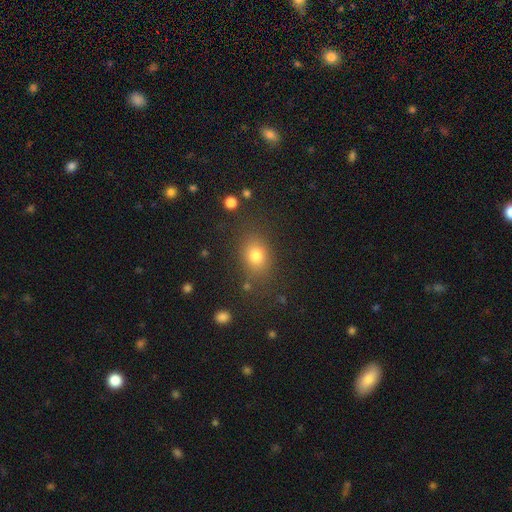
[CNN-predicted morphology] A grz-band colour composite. It shows a smooth galaxy with no disk features (78%) that is in between round and cigar-shaped (63%). Merging: none (79%).